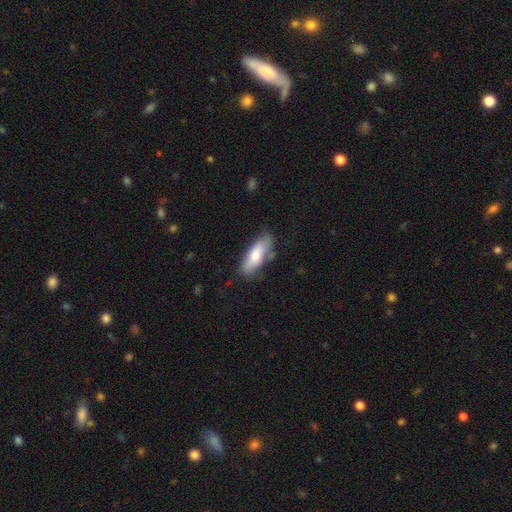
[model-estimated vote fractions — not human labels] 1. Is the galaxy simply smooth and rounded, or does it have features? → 69% smooth, 25% featured or disk, 6% star or artifact.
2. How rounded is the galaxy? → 63% in between, 35% cigar-shaped, 2% round.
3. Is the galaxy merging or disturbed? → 73% none, 19% minor disturbance, 4% merger, 4% major disturbance.